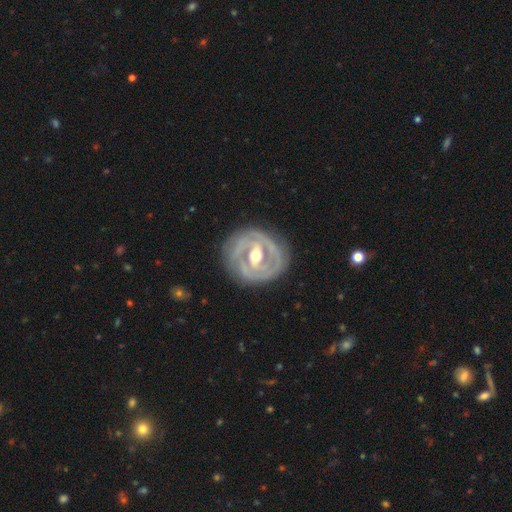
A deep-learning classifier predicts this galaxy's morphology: Overall: featured or disk (86%). Edge-on disk: no (96%). Bar: weak (40%, tied with strong). Spiral arms: yes (85%). Spiral arm count: 2 (48%; can't tell 22%). Spiral winding: tight (74%). Bulge size: moderate (76%). Merging: none (78%).